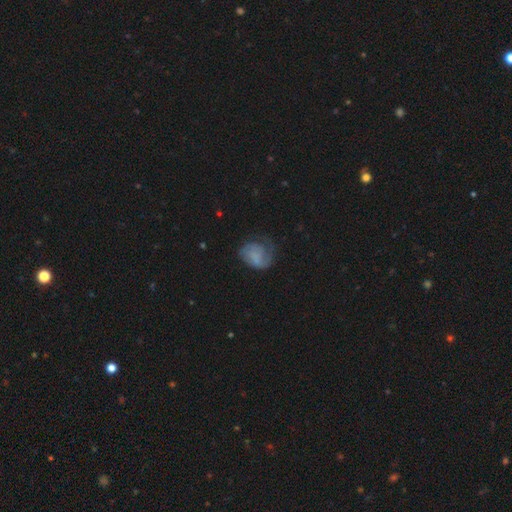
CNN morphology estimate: type=featured or disk (51%); edge-on=no (98%); merging=none (47%).